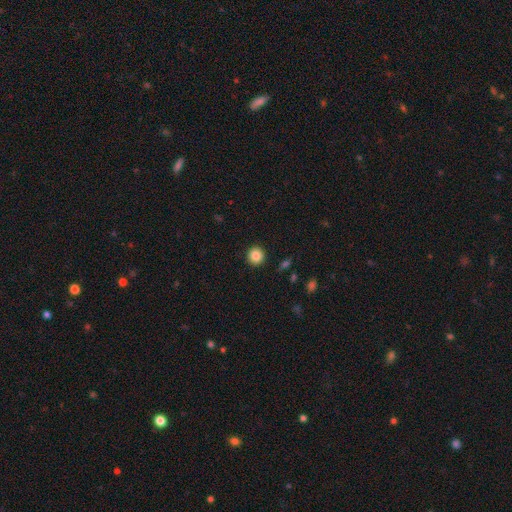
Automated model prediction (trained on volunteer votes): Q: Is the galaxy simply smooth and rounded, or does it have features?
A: smooth — 85%.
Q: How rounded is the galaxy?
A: round — 93%.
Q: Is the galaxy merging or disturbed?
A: none — 93%.